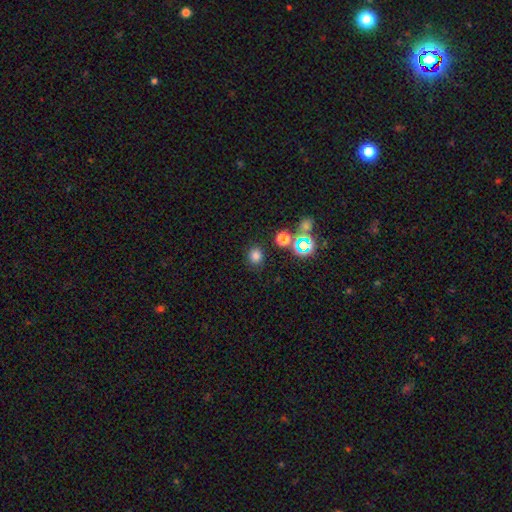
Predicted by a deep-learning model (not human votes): Smooth or featured?
  - smooth: 75% *
  - star or artifact: 20%
  - featured or disk: 5%
How rounded?
  - round: 81% *
  - in between: 18%
  - cigar-shaped: 1%
Merging?
  - none: 84% *
  - minor disturbance: 8%
  - merger: 4%
  - major disturbance: 3%